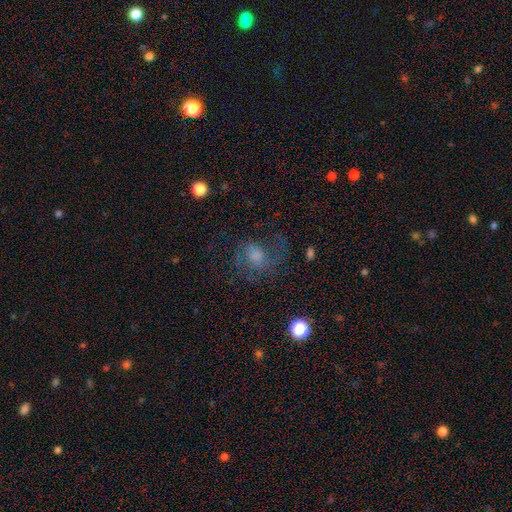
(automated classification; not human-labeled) featured or disk 47%, smooth 35%, star or artifact 18%. Down the decision tree: merging — none (55%).